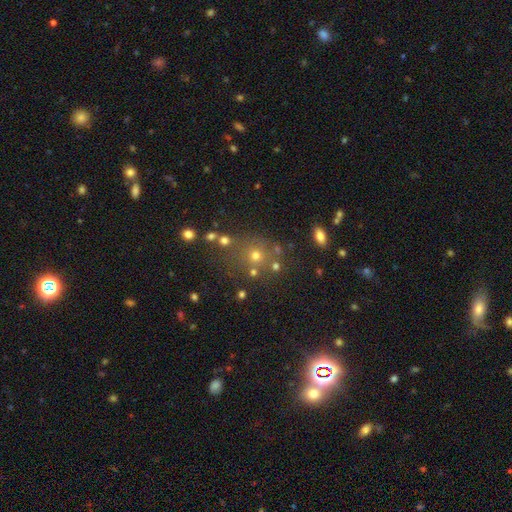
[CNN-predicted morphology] Smooth or featured? Predicted: smooth (p=0.59). How rounded? Predicted: round (p=0.84). Merging? Predicted: none (p=0.68).